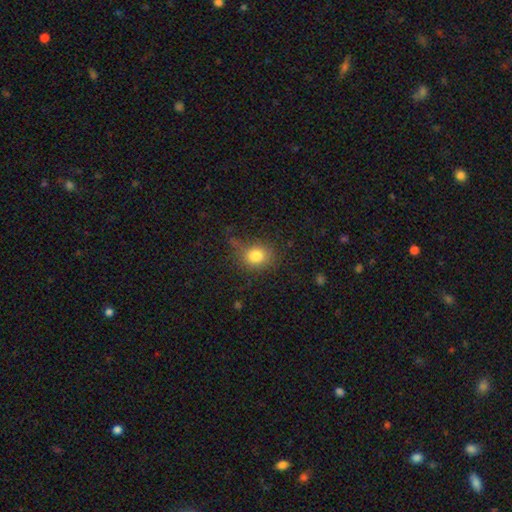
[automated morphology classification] Overall: smooth (80%). How rounded: round (68%; in between 31%). Merging: none (67%).